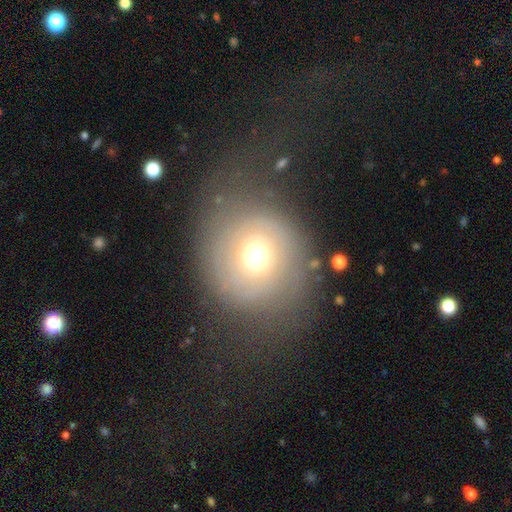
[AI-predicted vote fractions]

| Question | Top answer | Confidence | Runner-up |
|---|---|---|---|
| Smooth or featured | smooth | 49% | featured or disk (39%) |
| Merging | none | 55% | major disturbance (25%) |